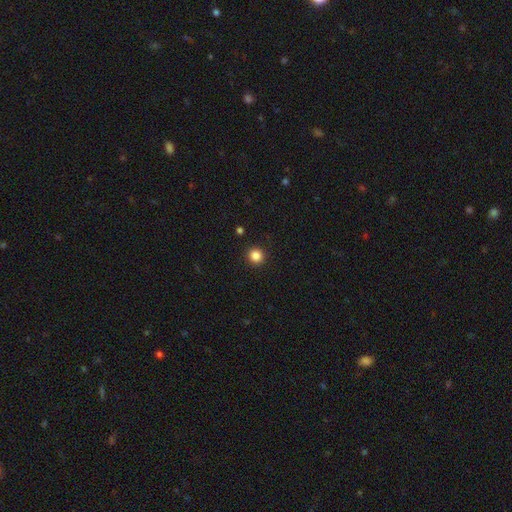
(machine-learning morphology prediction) This is clearly a smooth galaxy (85%). How rounded: clearly round (94%). Merging: clearly none (93%).